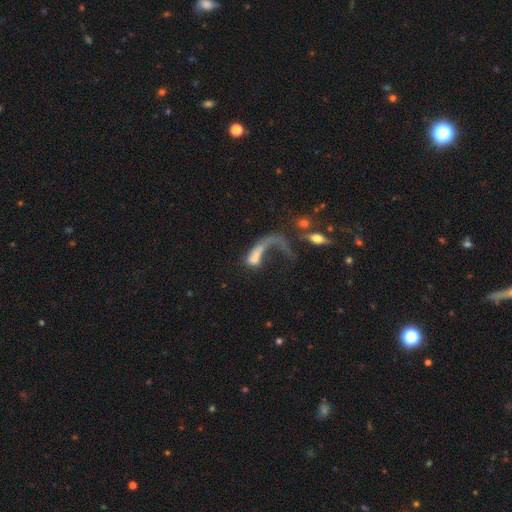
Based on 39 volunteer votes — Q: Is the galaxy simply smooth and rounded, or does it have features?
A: smooth — 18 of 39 (46%).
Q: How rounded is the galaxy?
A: in between — 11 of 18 (61%).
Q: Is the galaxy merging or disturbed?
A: major disturbance — 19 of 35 (54%).